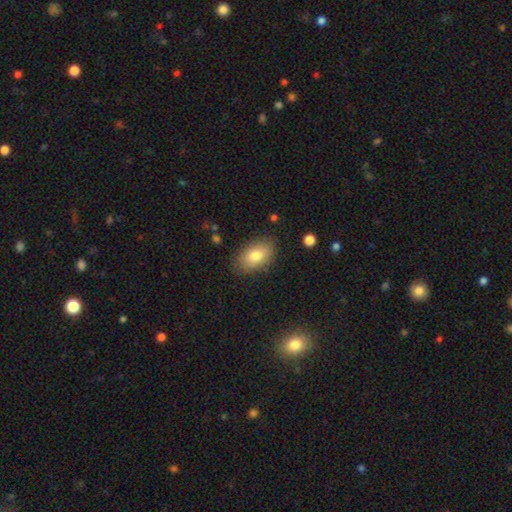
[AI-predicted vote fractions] Smooth or featured? Predicted: smooth (p=0.80). How rounded? Predicted: in between (p=0.91). Merging? Predicted: none (p=0.84).